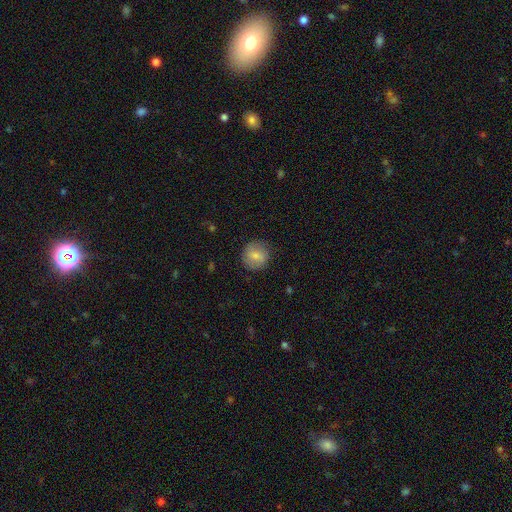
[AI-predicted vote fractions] This is likely a smooth galaxy (77%). How rounded: clearly round (91%). Merging: clearly none (85%).